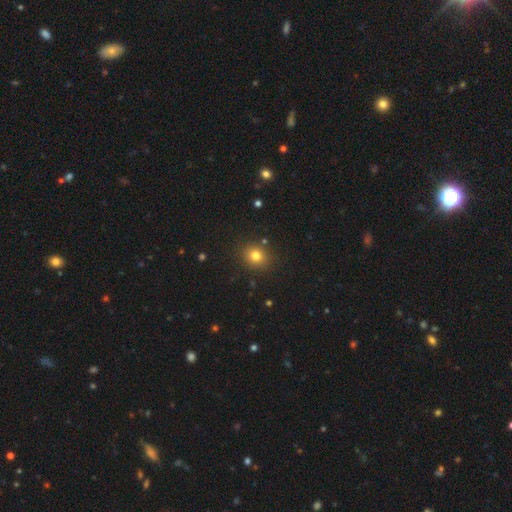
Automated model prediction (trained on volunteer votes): Smooth or featured? Predicted: smooth (p=0.78). How rounded? Predicted: round (p=0.77). Merging? Predicted: none (p=0.87).